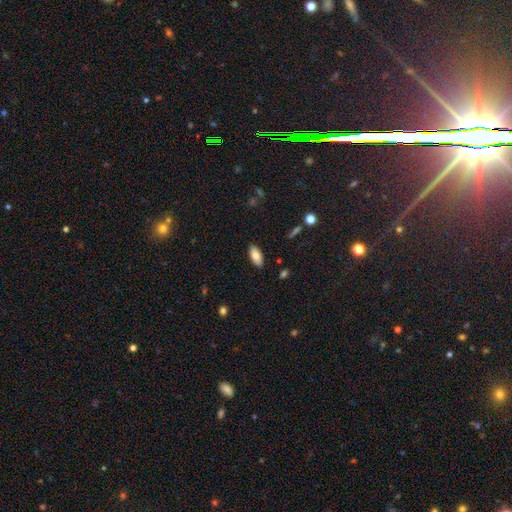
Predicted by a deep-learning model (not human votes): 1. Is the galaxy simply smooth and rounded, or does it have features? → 82% smooth, 10% featured or disk, 7% star or artifact.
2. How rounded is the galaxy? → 89% in between, 9% cigar-shaped, 2% round.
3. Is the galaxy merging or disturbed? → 88% none, 9% minor disturbance, 2% major disturbance, 1% merger.